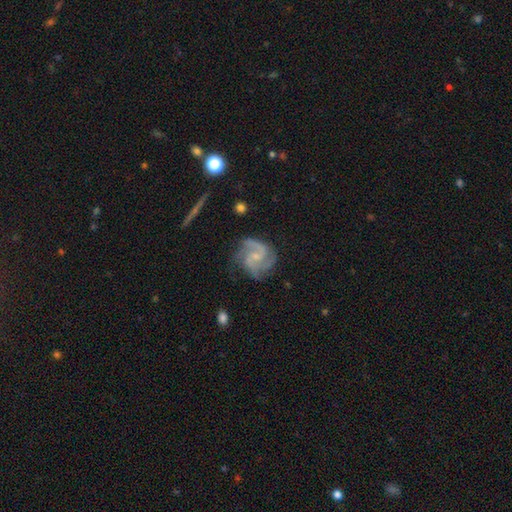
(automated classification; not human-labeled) smooth-or-featured: featured or disk: 88% | smooth: 7% | star or artifact: 5%
  disk-edge-on: no: 98% | yes: 2%
    bar: no: 53% | weak: 40% | strong: 7%
    has-spiral-arms: yes: 98% | no: 2%
      spiral-winding: medium: 56% | tight: 27% | loose: 17%
      spiral-arm-count: 3: 47% | 2: 30% | can't tell: 8% | 4: 6% | 1: 4% | more than 4: 4%
    bulge-size: small: 66% | moderate: 20% | none: 11% | large: 1% | dominant: 1%
  merging: none: 71% | minor disturbance: 19% | major disturbance: 8% | merger: 2%